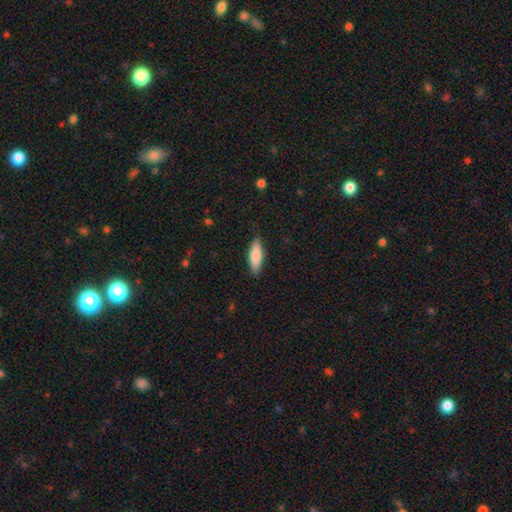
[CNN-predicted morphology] Q: Smooth or featured?
A: smooth (82%); runner-up: featured or disk (12%)
Q: How rounded?
A: in between (53%); runner-up: cigar-shaped (46%)
Q: Merging?
A: none (86%); runner-up: minor disturbance (10%)